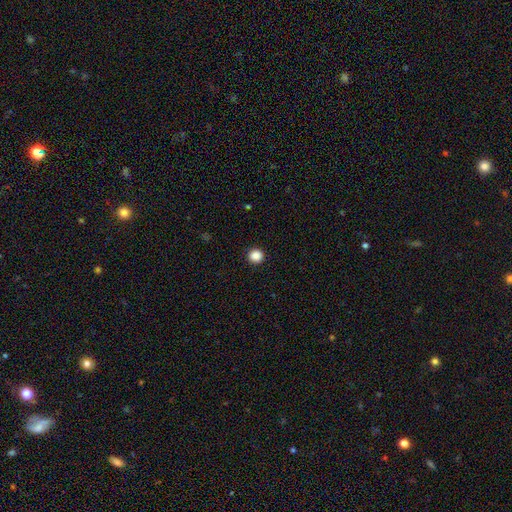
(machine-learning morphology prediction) Q: Smooth or featured?
A: smooth (87%); runner-up: star or artifact (10%)
Q: How rounded?
A: round (93%); runner-up: in between (6%)
Q: Merging?
A: none (93%); runner-up: minor disturbance (4%)